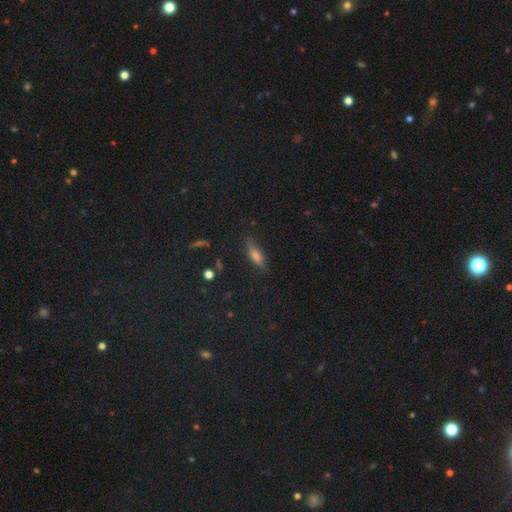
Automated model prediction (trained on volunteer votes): smooth-or-featured: smooth: 59% | featured or disk: 27% | star or artifact: 14%
  how-rounded: cigar-shaped: 52% | in between: 44% | round: 4%
  merging: none: 83% | minor disturbance: 13% | major disturbance: 3% | merger: 1%